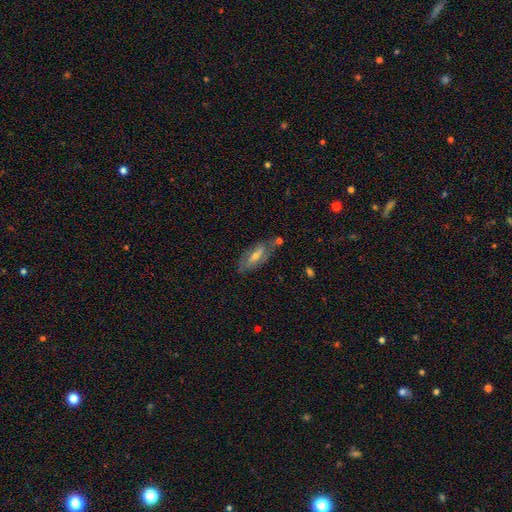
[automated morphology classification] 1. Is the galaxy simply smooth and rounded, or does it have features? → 54% featured or disk, 37% smooth, 9% star or artifact.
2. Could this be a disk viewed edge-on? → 72% no, 28% yes.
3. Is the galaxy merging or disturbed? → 72% none, 17% minor disturbance, 5% major disturbance, 5% merger.